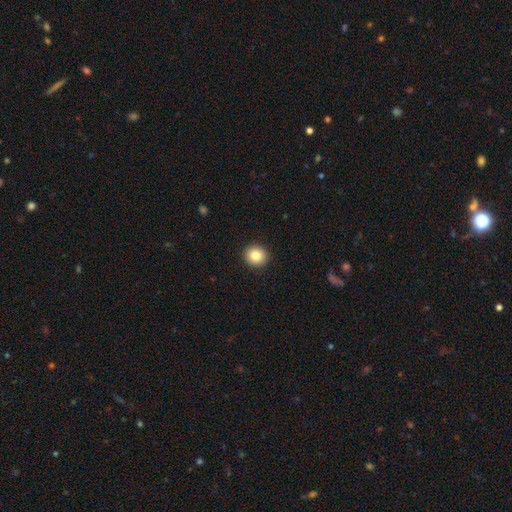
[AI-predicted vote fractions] A smooth galaxy with no disk features (84%) that is round (89%). Merging: none (93%).